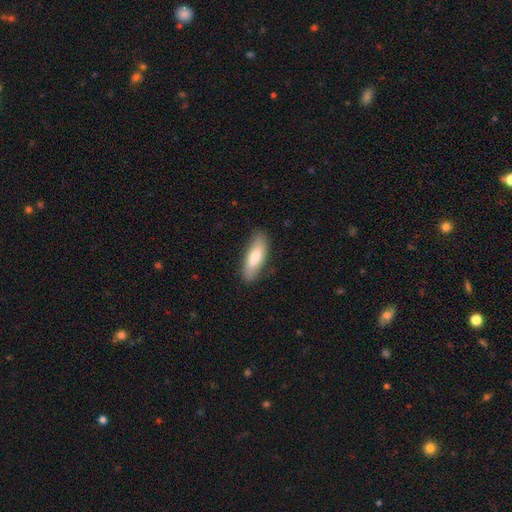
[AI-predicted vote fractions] Smooth or featured?
  - smooth: 76% *
  - featured or disk: 18%
  - star or artifact: 6%
How rounded?
  - in between: 51% *
  - cigar-shaped: 47%
  - round: 2%
Merging?
  - none: 84% *
  - minor disturbance: 13%
  - major disturbance: 3%
  - merger: 1%